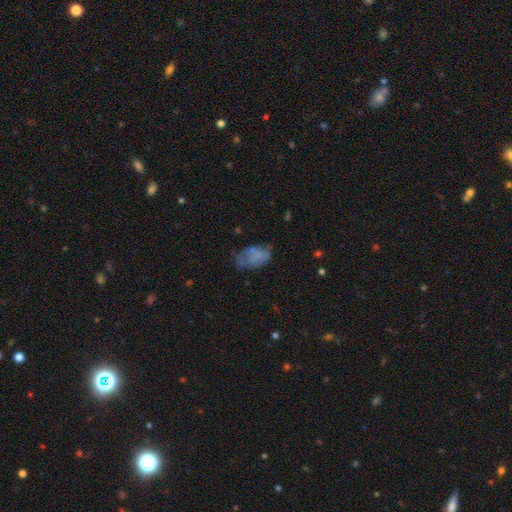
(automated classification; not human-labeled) smooth 58%, featured or disk 30%, star or artifact 12%. Down the decision tree: how rounded — in between (89%); merging — none (44%).